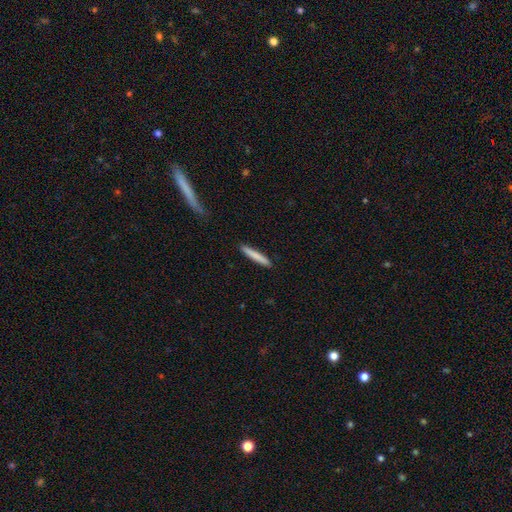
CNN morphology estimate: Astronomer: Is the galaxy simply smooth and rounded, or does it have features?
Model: smooth — 80%.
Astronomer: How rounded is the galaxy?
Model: cigar-shaped — 95%.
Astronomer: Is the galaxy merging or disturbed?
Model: none — 91%.